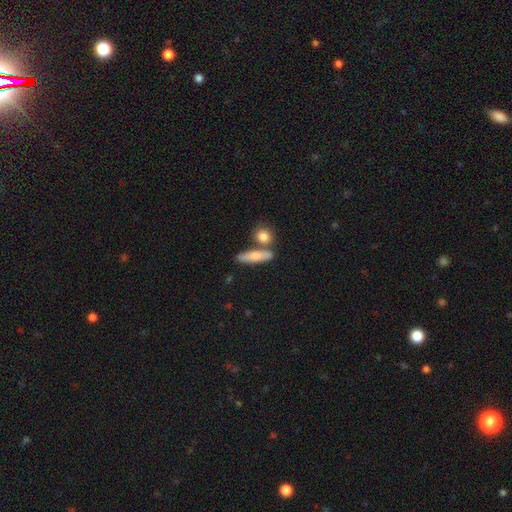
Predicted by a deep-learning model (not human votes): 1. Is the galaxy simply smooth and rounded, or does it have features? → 78% smooth, 16% featured or disk, 6% star or artifact.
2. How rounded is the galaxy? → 62% cigar-shaped, 31% in between, 6% round.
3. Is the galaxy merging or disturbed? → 67% none, 18% merger, 12% minor disturbance, 4% major disturbance.